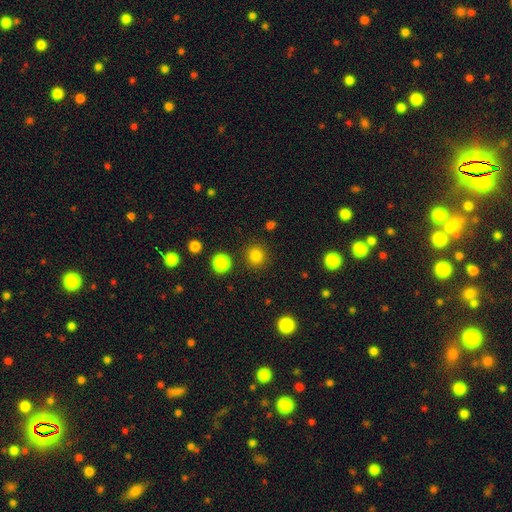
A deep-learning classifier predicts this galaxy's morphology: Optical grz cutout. It shows a smooth galaxy with no disk features (83%) that is round (93%). Merging: none (90%).